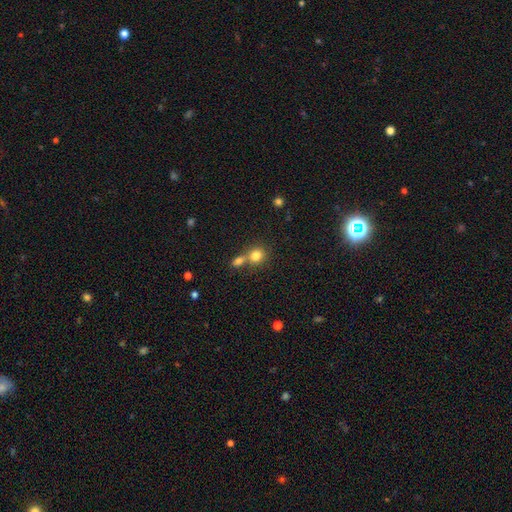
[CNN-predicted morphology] This appears to be a smooth galaxy with no disk features (80%) that is round (77%). Merging: none (45%).